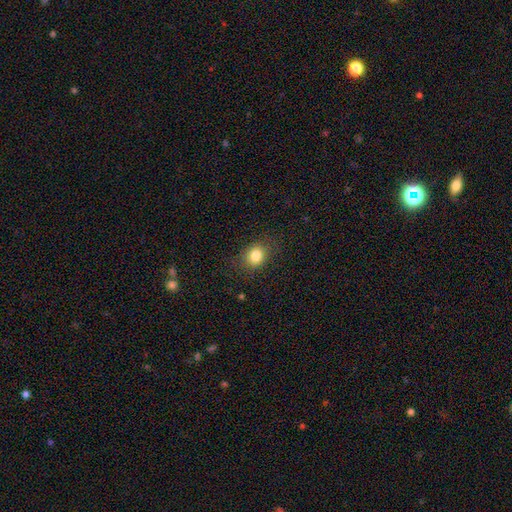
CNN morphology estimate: A smooth galaxy with no disk features (83%) that is round (60%).

Vote fractions:
- Smooth or featured? smooth: 83% / star or artifact: 11% / featured or disk: 7%
- How rounded? round: 60% / in between: 40% / cigar-shaped: 1%
- Merging? none: 82% / minor disturbance: 12% / major disturbance: 4% / merger: 1%